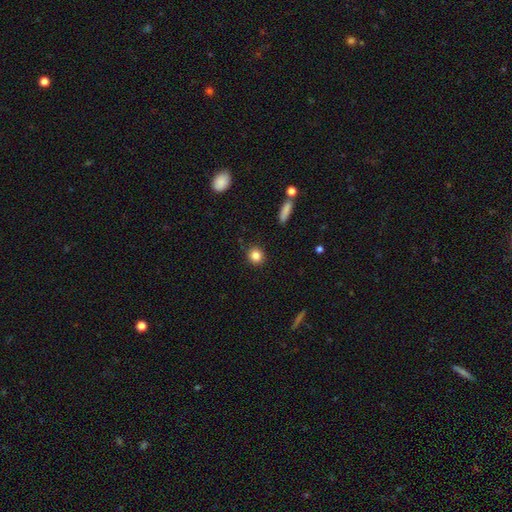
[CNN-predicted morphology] smooth_or_featured: smooth (p=0.85) [alt: star or artifact p=0.10]
how_rounded: round (p=0.86) [alt: in between p=0.12]
merging: none (p=0.90) [alt: minor disturbance p=0.06]